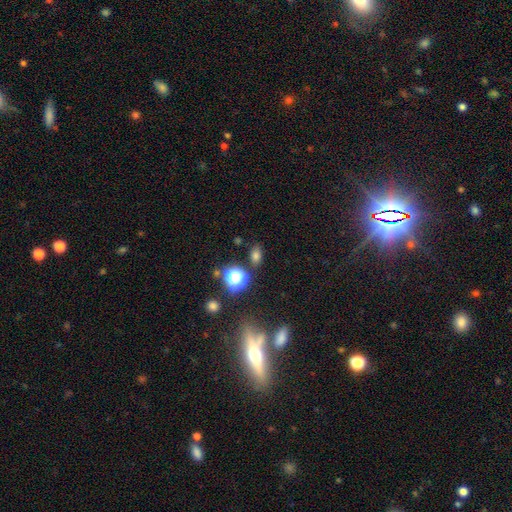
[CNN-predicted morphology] A smooth galaxy with no disk features (69%) that is in between round and cigar-shaped (77%). Merging: none (79%).